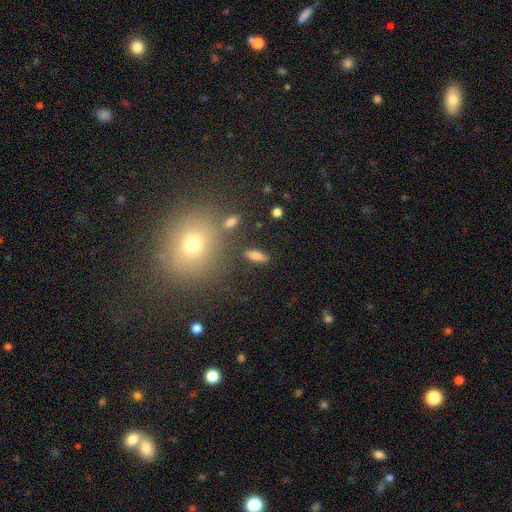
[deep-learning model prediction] smooth-or-featured: smooth: 70% | featured or disk: 20% | star or artifact: 10%
  how-rounded: in between: 59% | cigar-shaped: 36% | round: 6%
  merging: none: 83% | minor disturbance: 9% | merger: 4% | major disturbance: 4%